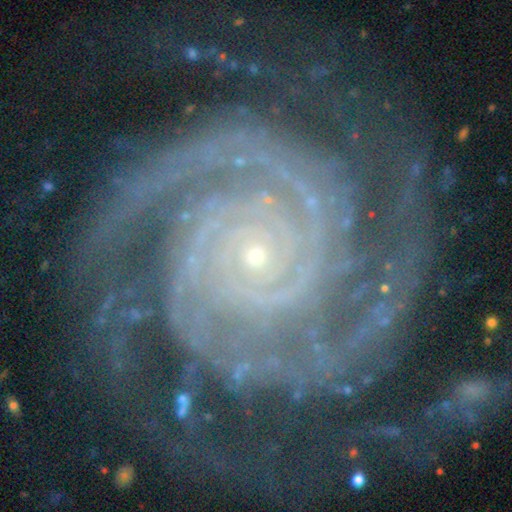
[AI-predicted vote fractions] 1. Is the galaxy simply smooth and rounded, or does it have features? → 94% featured or disk, 4% star or artifact, 2% smooth.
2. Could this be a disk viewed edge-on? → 98% no, 2% yes.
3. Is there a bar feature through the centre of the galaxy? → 76% no, 13% weak, 11% strong.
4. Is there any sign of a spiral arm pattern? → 99% yes, 1% no.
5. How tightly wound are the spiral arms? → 83% tight, 15% medium, 2% loose.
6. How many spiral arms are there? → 64% 2, 13% 3, 7% 4, 6% can't tell, 5% more than 4, 5% 1.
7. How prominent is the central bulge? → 89% small, 6% moderate, 2% none, 1% large, 1% dominant.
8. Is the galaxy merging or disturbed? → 77% none, 14% minor disturbance, 7% major disturbance, 2% merger.